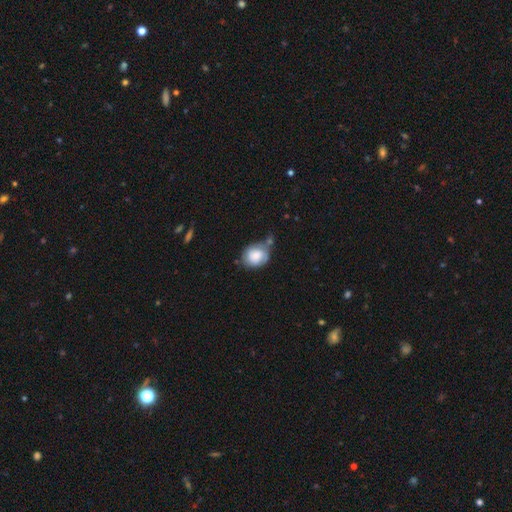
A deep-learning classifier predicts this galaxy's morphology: Smooth or featured?
  - smooth: 68% *
  - featured or disk: 24%
  - star or artifact: 8%
How rounded?
  - round: 64% *
  - in between: 35%
  - cigar-shaped: 1%
Merging?
  - none: 40% *
  - minor disturbance: 30%
  - merger: 18%
  - major disturbance: 12%